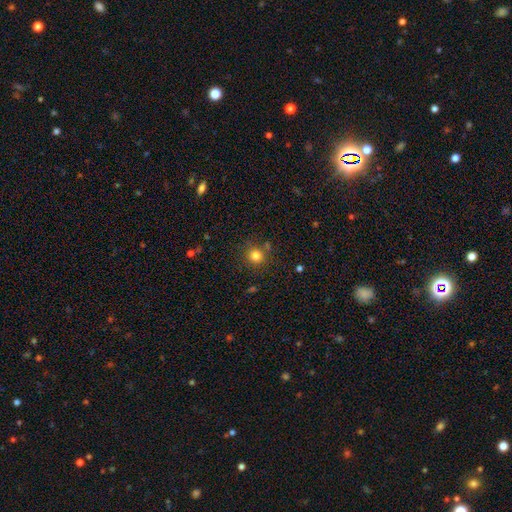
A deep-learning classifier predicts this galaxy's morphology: A smooth galaxy with no disk features (80%) that is round (91%). Merging: none (80%).